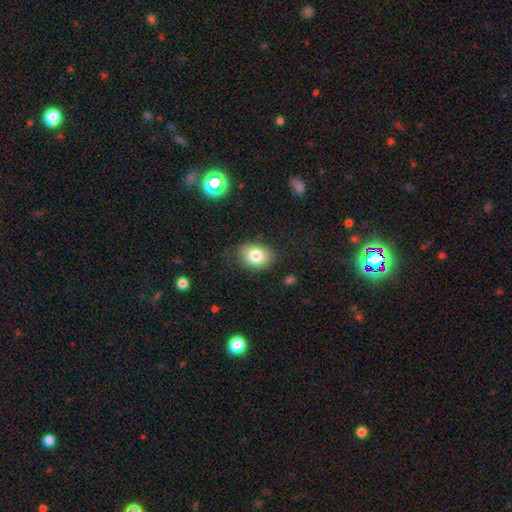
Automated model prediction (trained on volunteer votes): Smooth or featured? smooth (80%)
How rounded? in between (62%)
Merging? none (82%)